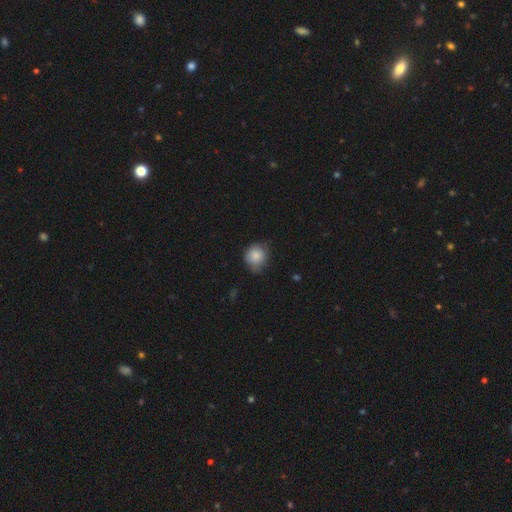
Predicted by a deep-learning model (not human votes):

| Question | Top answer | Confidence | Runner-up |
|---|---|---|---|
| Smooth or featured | smooth | 85% | star or artifact (8%) |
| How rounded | round | 79% | in between (20%) |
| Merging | none | 64% | minor disturbance (30%) |